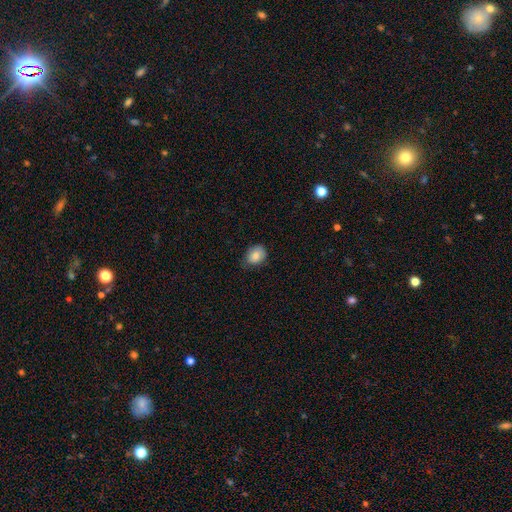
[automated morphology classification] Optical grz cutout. It shows a smooth galaxy with no disk features (82%) that is in between round and cigar-shaped (50%). Merging: none (66%).